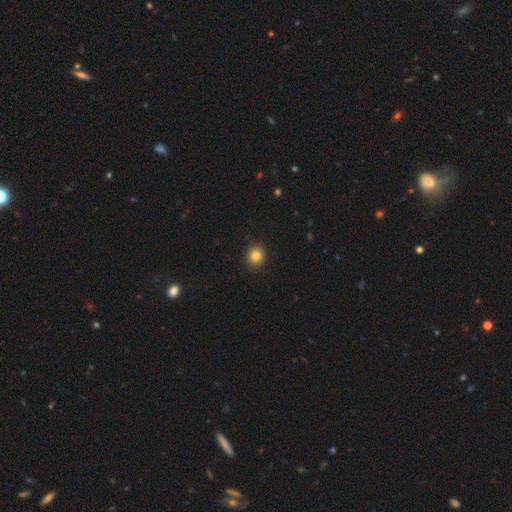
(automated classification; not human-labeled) smooth-or-featured: smooth: 84% | star or artifact: 11% | featured or disk: 6%
  how-rounded: round: 80% | in between: 19% | cigar-shaped: 1%
  merging: none: 91% | minor disturbance: 6% | major disturbance: 2% | merger: 1%